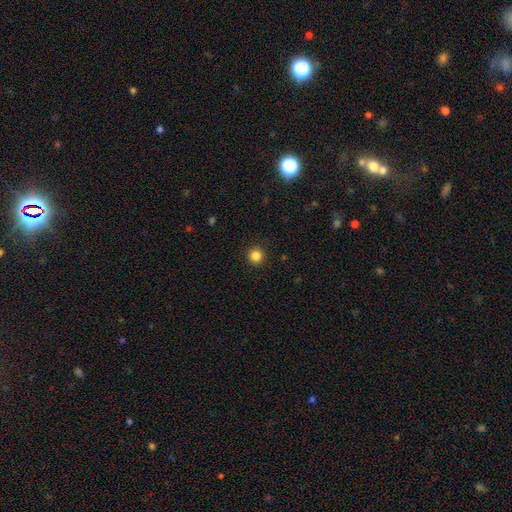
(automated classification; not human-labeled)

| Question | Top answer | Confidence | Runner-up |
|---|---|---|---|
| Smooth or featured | smooth | 84% | star or artifact (12%) |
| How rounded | round | 94% | in between (5%) |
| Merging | none | 92% | minor disturbance (5%) |